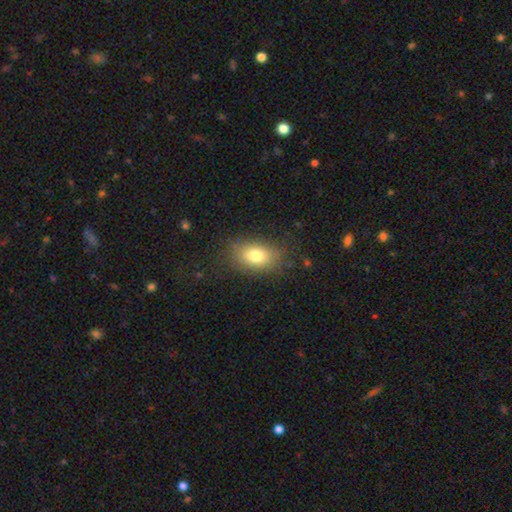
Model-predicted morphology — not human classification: A smooth galaxy with no disk features (78%) that is in between round and cigar-shaped (84%). Merging: none (79%).